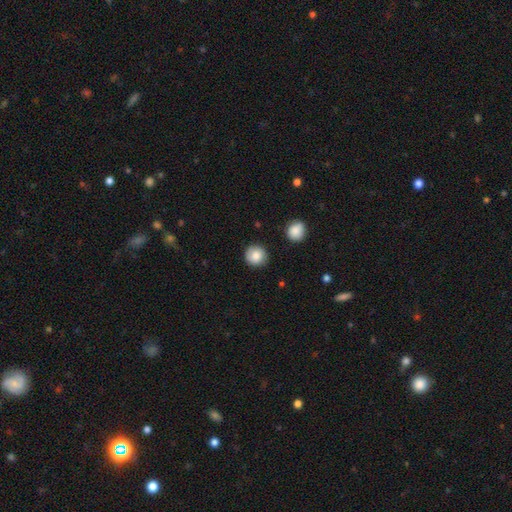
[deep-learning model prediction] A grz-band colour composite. It shows a smooth galaxy with no disk features (83%) that is round (93%). Merging: none (87%).